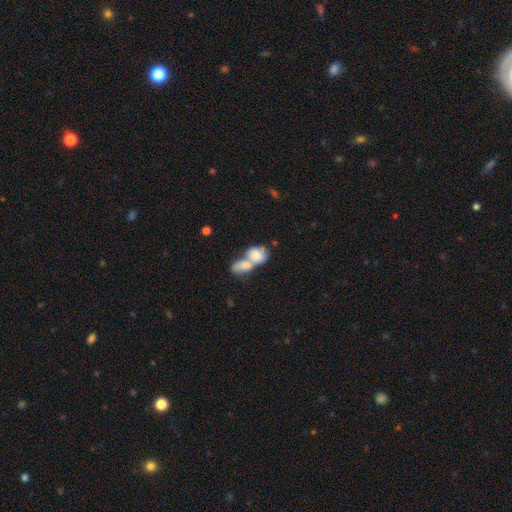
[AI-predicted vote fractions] Overall: smooth (75%). How rounded: in between (73%). Merging: merger (80%).